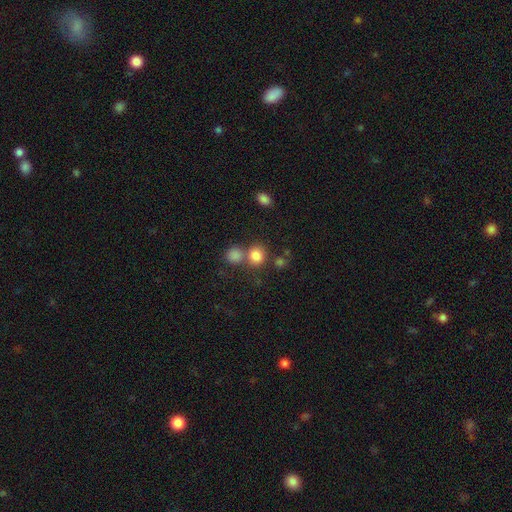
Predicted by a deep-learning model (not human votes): Smooth or featured? smooth (82%)
How rounded? round (79%)
Merging? none (57%)